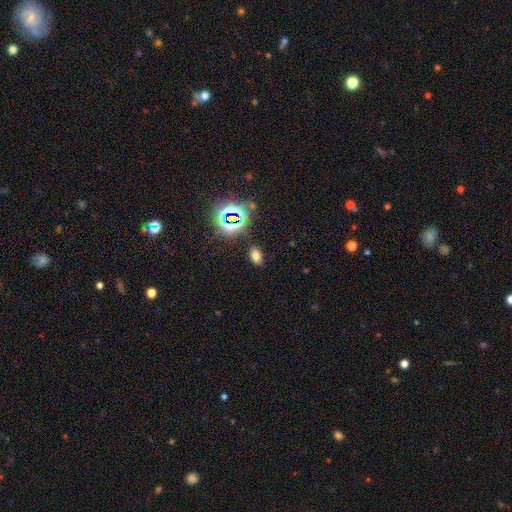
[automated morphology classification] This is likely a smooth galaxy (67%). How rounded: clearly in between (87%). Merging: clearly none (85%).